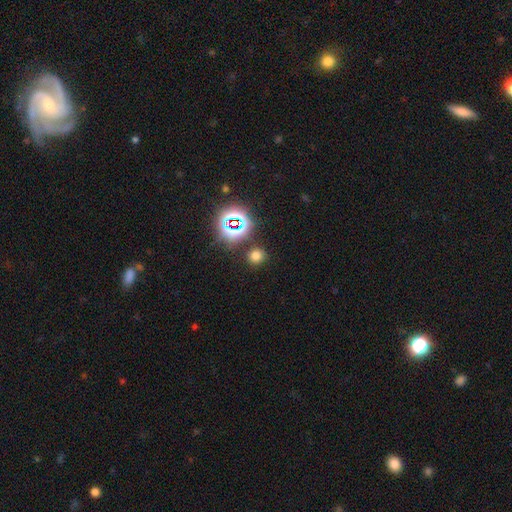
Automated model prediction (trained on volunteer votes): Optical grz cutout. It shows a smooth galaxy with no disk features (69%) that is round (83%). Merging: none (85%).